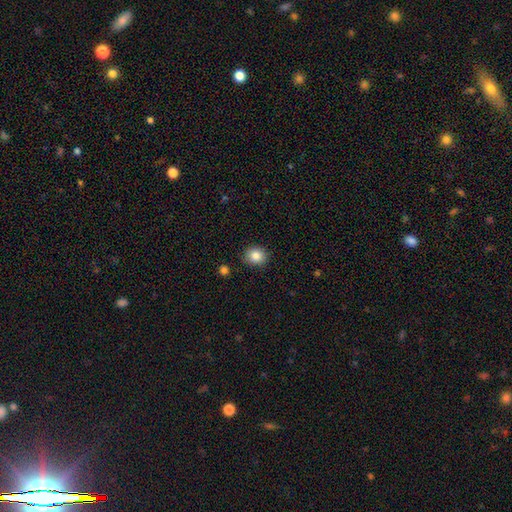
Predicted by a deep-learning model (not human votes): The model was most divided on "how rounded": round: 72%, in between: 27%, cigar-shaped: 1%. More confident: merging — none (88%); smooth or featured — smooth (84%).